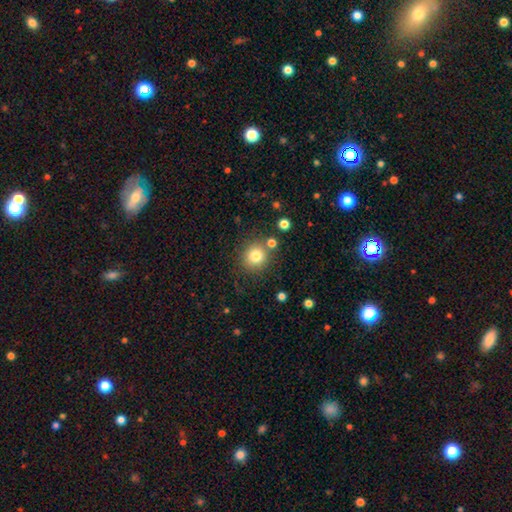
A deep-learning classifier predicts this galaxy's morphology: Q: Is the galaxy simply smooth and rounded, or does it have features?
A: smooth — 80%.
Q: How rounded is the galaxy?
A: round — 87%.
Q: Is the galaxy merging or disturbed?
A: none — 79%.